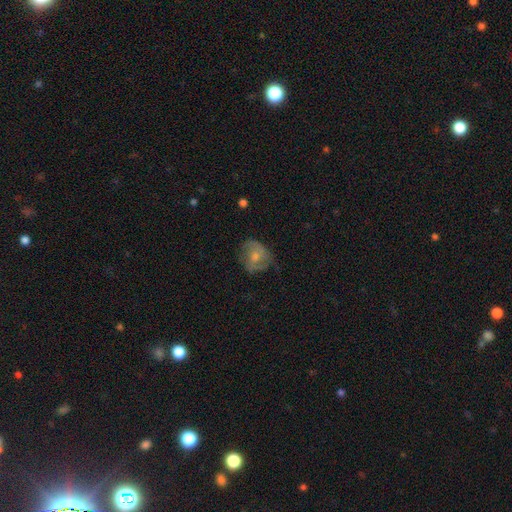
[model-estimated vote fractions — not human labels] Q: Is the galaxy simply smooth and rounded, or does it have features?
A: smooth — 50%.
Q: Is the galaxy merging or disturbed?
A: none — 57%.